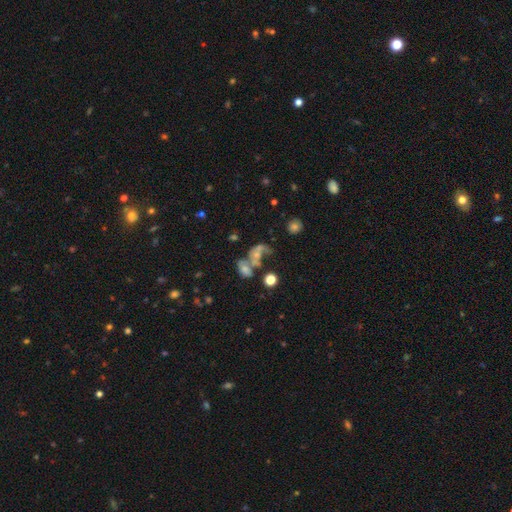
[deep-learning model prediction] This is marginally a featured or disk galaxy (41%). Merging: possibly merger (49%).